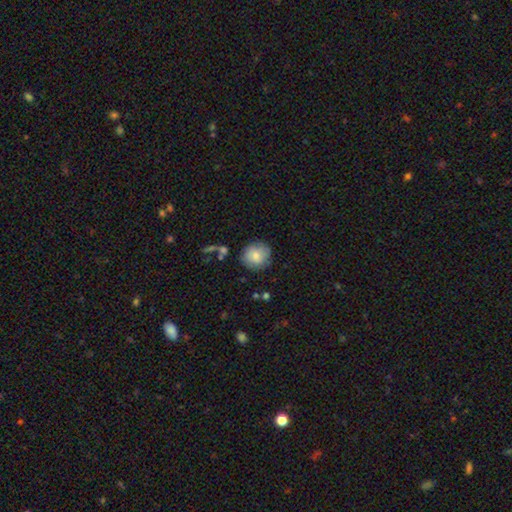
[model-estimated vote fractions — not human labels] Smooth or featured? smooth (74%)
How rounded? round (87%)
Merging? none (79%)